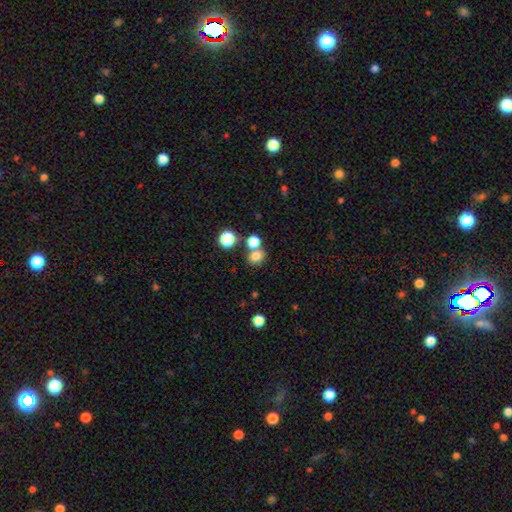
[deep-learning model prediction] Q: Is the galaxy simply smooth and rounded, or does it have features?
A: smooth — 77%.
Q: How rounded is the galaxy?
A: round — 69%.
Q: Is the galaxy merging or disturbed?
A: none — 55%.